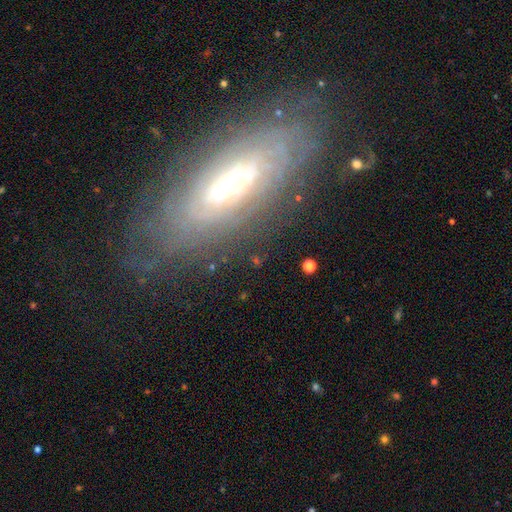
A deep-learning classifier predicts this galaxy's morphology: A featured or disk galaxy (77%) with no bar (51%), tight (80%) spiral arms (86%) and a small central bulge (51%).

Vote fractions:
- Smooth or featured? featured or disk: 77% / smooth: 14% / star or artifact: 8%
- Edge-on disk? no: 84% / yes: 16%
- Bar? no: 51% / weak: 33% / strong: 16%
- Spiral arms? yes: 86% / no: 14%
- Spiral winding? tight: 80% / medium: 16% / loose: 5%
- Spiral arm count? can't tell: 64% / more than 4: 10% / 2: 8% / 4: 7% / 3: 6% / 1: 4%
- Bulge size? small: 51% / moderate: 38% / large: 7% / none: 2% / dominant: 2%
- Merging? none: 78% / minor disturbance: 14% / major disturbance: 6% / merger: 2%